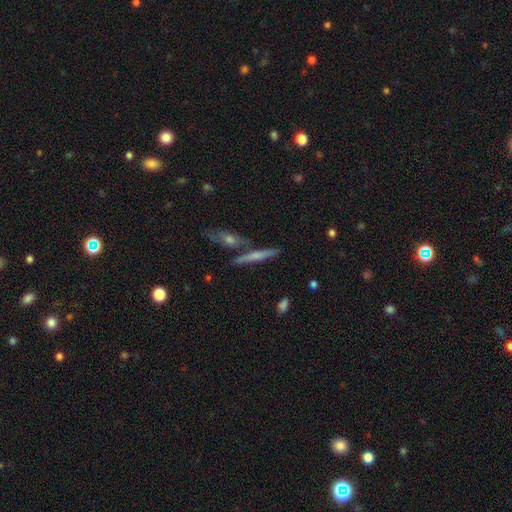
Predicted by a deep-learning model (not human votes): smooth_or_featured: featured or disk (p=0.49) [alt: smooth p=0.44]
merging: none (p=0.71) [alt: merger p=0.17]